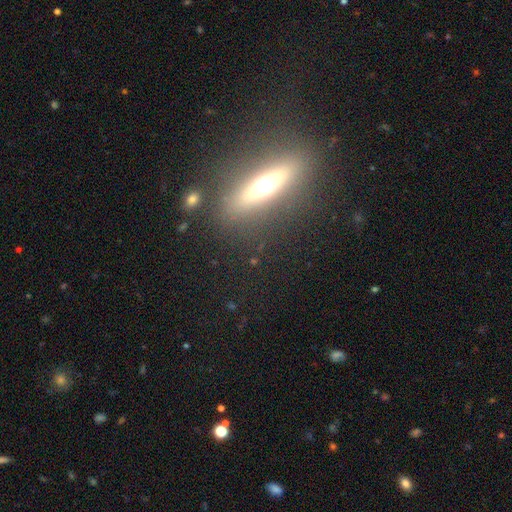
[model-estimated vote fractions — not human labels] Smooth or featured: featured or disk — 59% (smooth — 30%)
Edge-on disk: yes — 85% (no — 15%)
Edge-on bulge: rounded — 89% (none — 6%)
Merging: none — 80% (minor disturbance — 11%)